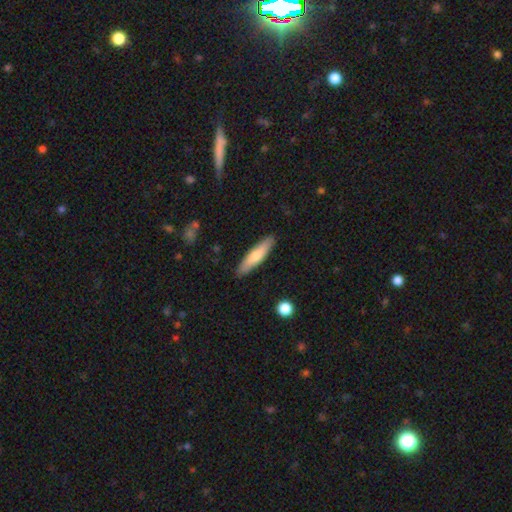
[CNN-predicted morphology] type=smooth (64%); roundness=cigar-shaped (77%); merging=none (89%).